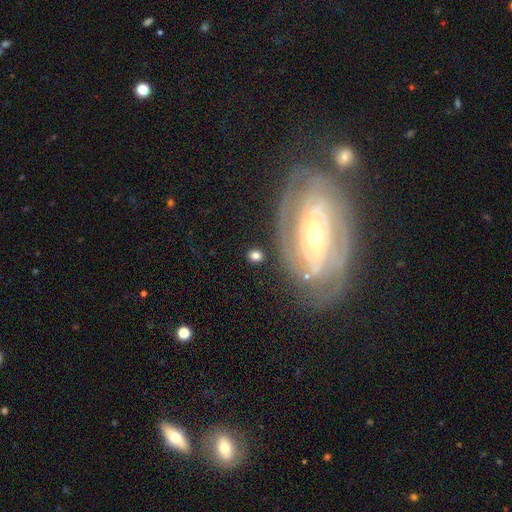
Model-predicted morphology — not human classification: A smooth galaxy with no disk features (65%) that is round (61%). Merging: none (80%).